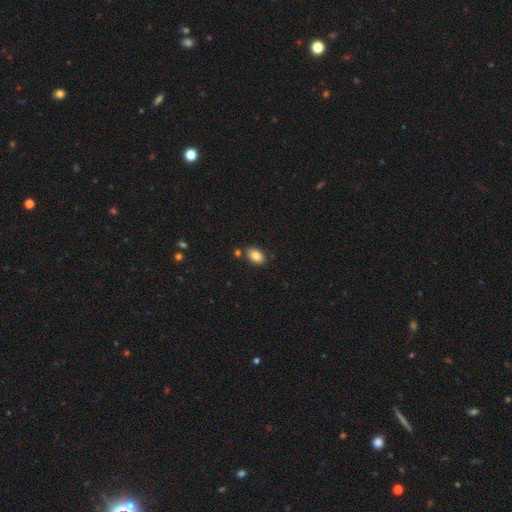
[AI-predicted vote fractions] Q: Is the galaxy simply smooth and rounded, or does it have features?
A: smooth — 86%.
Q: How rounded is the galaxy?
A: in between — 89%.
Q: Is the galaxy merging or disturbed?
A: none — 82%.